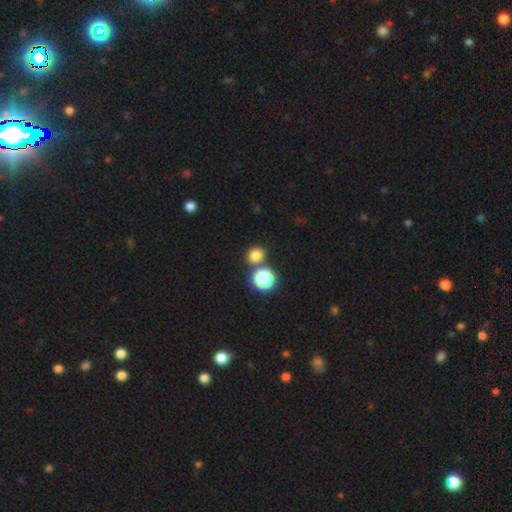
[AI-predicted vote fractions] smooth 75%, star or artifact 19%, featured or disk 5%. Down the decision tree: how rounded — round (76%); merging — none (74%).